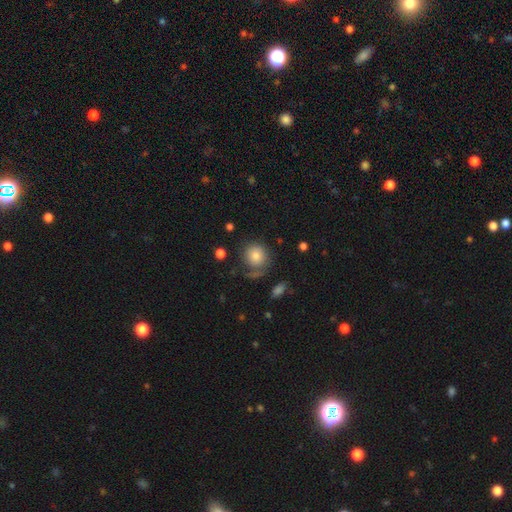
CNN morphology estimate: Smooth or featured: smooth — 79% (featured or disk — 12%)
How rounded: round — 88% (in between — 11%)
Merging: none — 64% (minor disturbance — 17%)